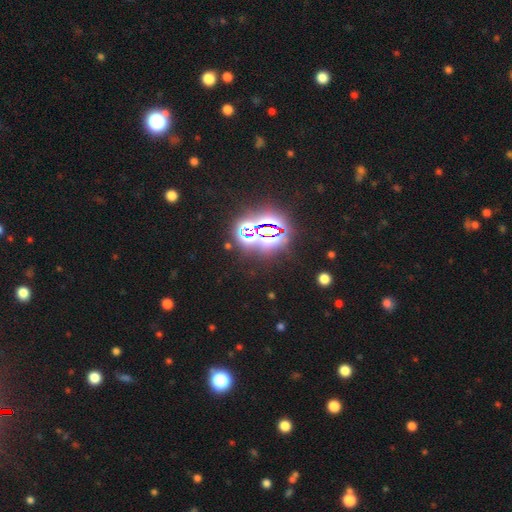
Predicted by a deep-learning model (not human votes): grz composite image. It shows a star or artifact, not a galaxy (76%).